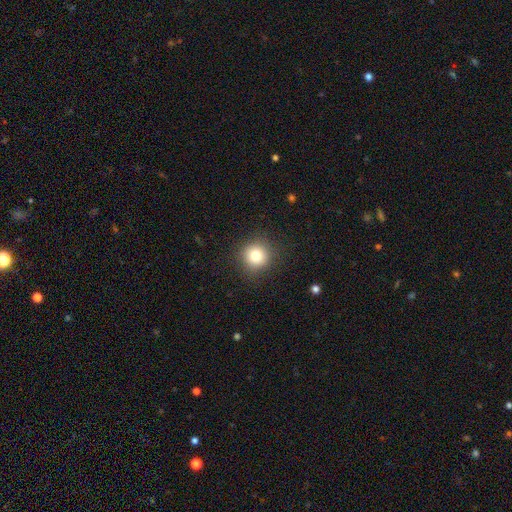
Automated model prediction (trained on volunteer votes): Morphology: type=smooth (81%); roundness=round (92%); merging=none (89%).